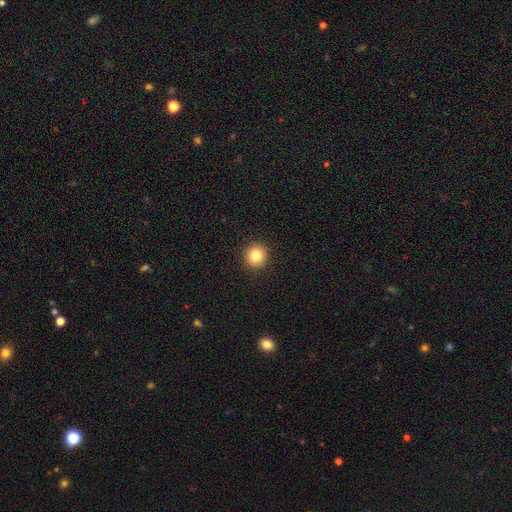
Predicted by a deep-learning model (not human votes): This is clearly a smooth galaxy (83%). How rounded: clearly round (94%). Merging: clearly none (93%).